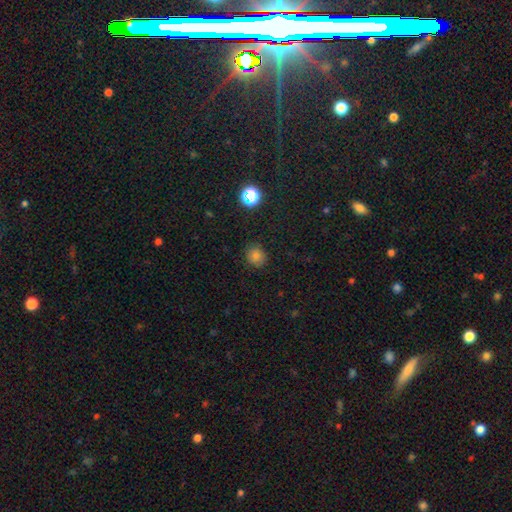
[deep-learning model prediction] Smooth or featured: smooth — 78% (star or artifact — 16%)
How rounded: round — 81% (in between — 18%)
Merging: none — 87% (minor disturbance — 10%)